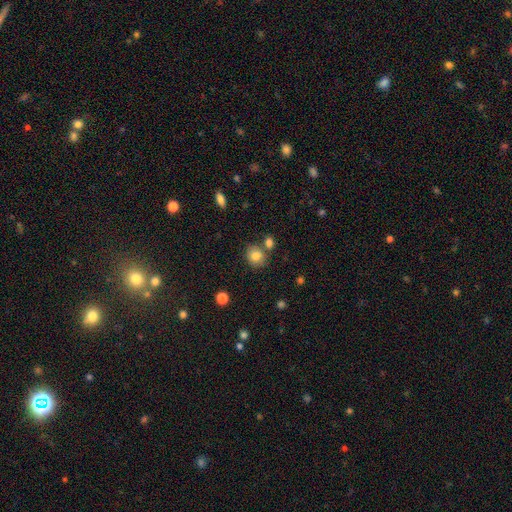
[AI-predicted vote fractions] smooth 82%, star or artifact 10%, featured or disk 8%. Down the decision tree: how rounded — round (79%); merging — none (69%).